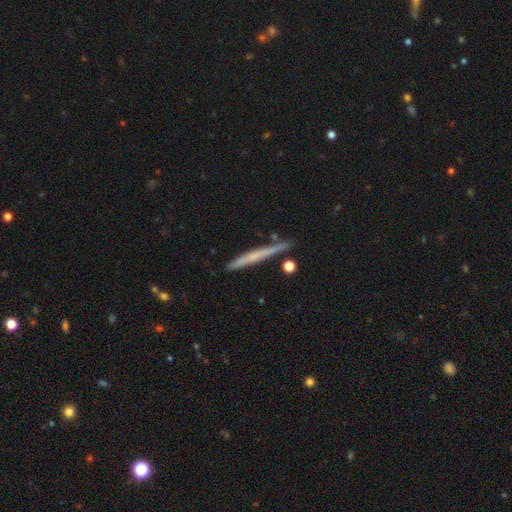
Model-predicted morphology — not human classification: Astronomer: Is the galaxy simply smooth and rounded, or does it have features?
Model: featured or disk — 47% (runner-up: smooth, 46%).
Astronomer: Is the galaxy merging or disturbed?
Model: none — 83%.